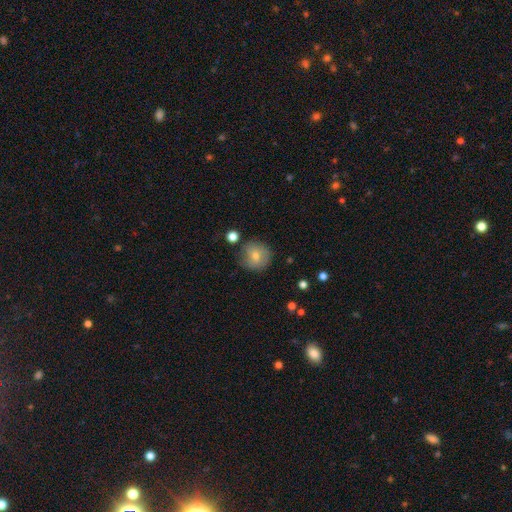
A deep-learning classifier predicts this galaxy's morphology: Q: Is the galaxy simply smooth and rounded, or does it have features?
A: smooth — 73%.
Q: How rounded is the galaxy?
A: round — 91%.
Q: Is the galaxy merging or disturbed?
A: none — 75%.